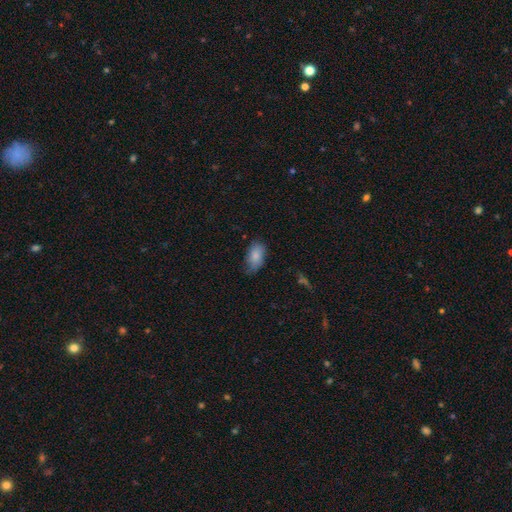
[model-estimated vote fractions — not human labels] This is clearly a smooth galaxy (84%). How rounded: clearly in between (93%). Merging: likely none (62%).